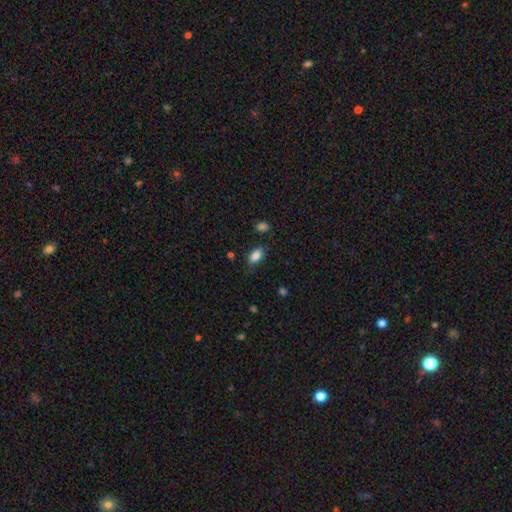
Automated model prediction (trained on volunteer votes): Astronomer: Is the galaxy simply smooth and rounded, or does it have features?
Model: smooth — 86%.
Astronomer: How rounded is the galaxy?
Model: in between — 91%.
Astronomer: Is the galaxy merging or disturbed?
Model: none — 81%.